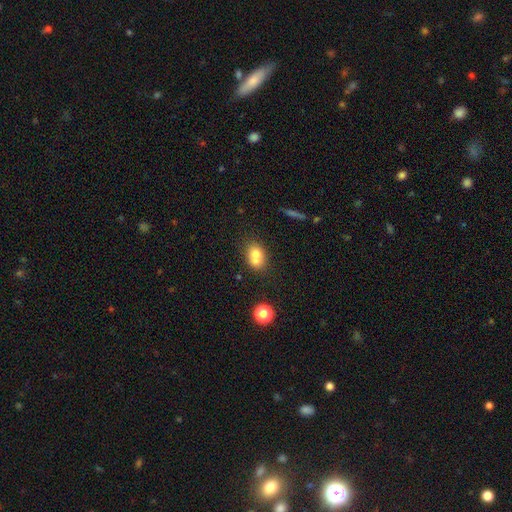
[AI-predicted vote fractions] A smooth galaxy with no disk features (69%) that is in between round and cigar-shaped (50%).

Vote fractions:
- Smooth or featured? smooth: 69% / featured or disk: 20% / star or artifact: 11%
- How rounded? in between: 50% / round: 48% / cigar-shaped: 1%
- Merging? merger: 56% / none: 31% / minor disturbance: 9% / major disturbance: 4%